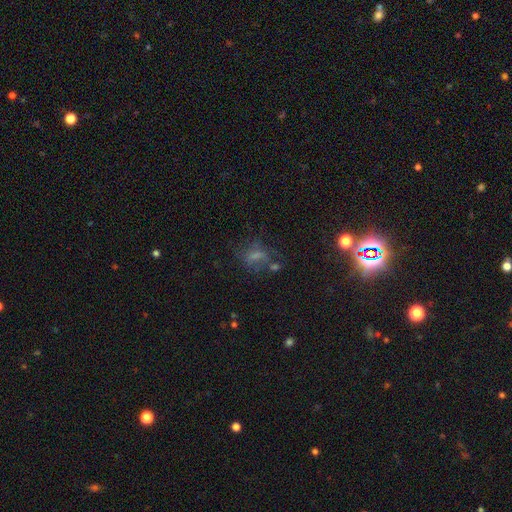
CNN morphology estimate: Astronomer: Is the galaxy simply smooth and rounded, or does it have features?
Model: smooth — 43% (runner-up: featured or disk, 30%).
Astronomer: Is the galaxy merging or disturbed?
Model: none — 43% (runner-up: major disturbance, 27%).